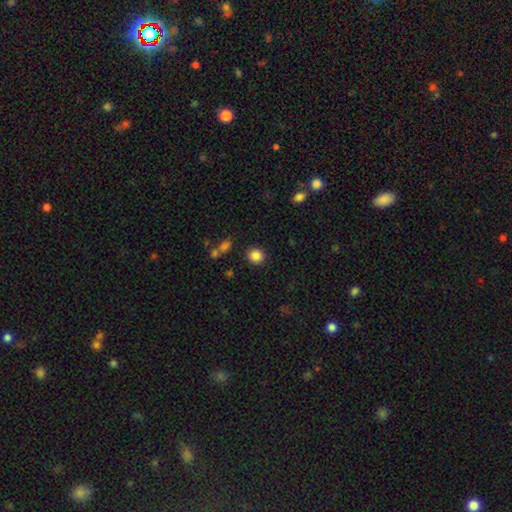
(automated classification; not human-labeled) A smooth galaxy with no disk features (86%) that is round (84%). Merging: none (88%).